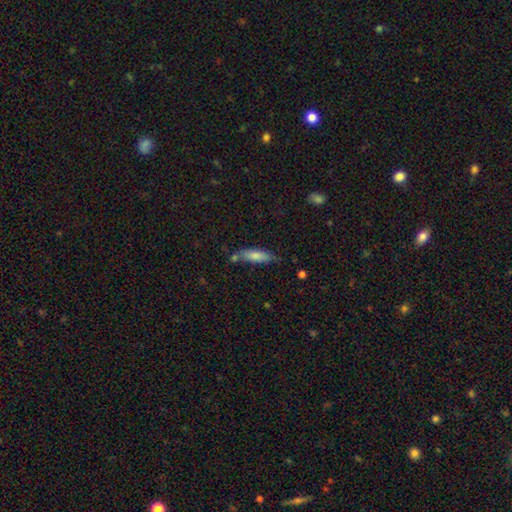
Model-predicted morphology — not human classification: Smooth or featured? Predicted: smooth (p=0.79). How rounded? Predicted: cigar-shaped (p=0.53). Merging? Predicted: none (p=0.62).